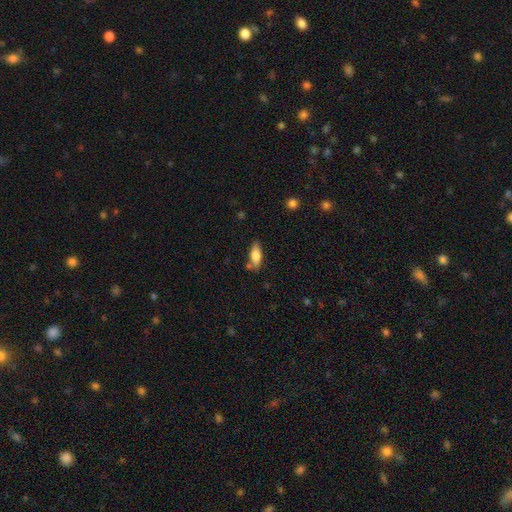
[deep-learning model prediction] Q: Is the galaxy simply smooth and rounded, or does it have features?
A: smooth — 73%.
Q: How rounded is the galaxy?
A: in between — 68%.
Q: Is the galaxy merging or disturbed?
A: none — 70%.